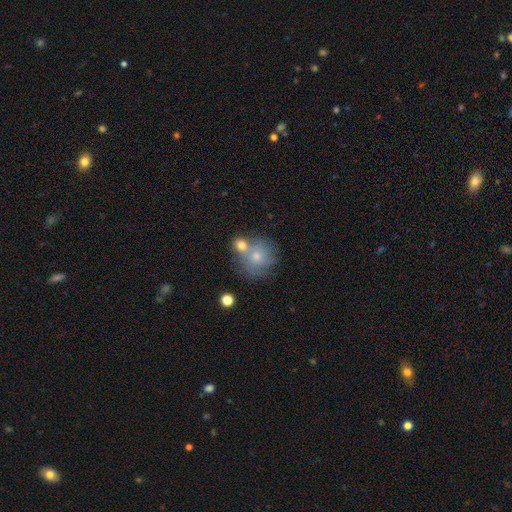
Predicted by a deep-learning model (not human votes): Q: Smooth or featured?
A: smooth (56%); runner-up: featured or disk (33%)
Q: How rounded?
A: round (86%); runner-up: in between (13%)
Q: Merging?
A: none (47%); runner-up: merger (33%)